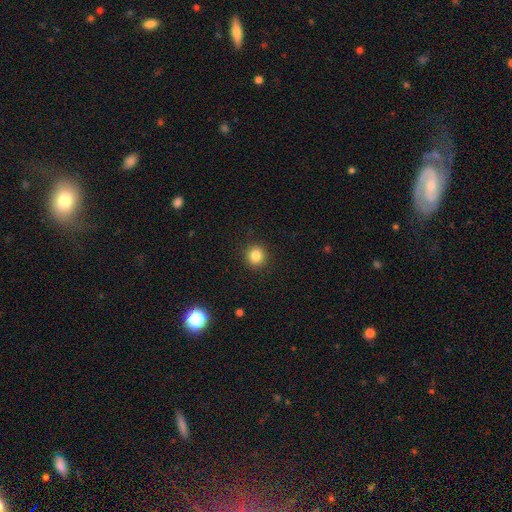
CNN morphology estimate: smooth-or-featured: smooth: 83% | star or artifact: 11% | featured or disk: 5%
  how-rounded: round: 91% | in between: 8% | cigar-shaped: 1%
  merging: none: 92% | minor disturbance: 5% | major disturbance: 2% | merger: 1%